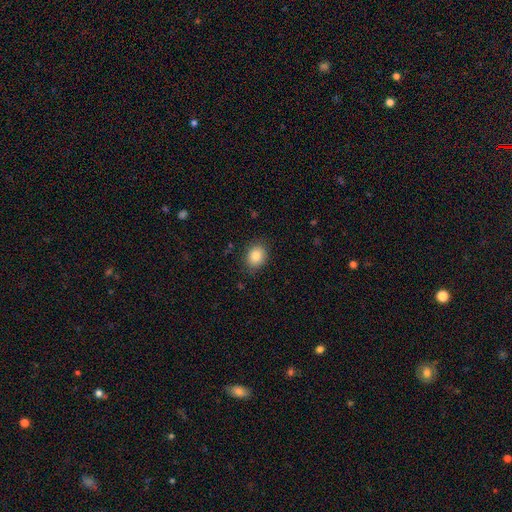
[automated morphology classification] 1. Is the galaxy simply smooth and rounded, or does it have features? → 85% smooth, 9% star or artifact, 6% featured or disk.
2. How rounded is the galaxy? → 51% in between, 48% round, 1% cigar-shaped.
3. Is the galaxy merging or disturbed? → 85% none, 11% minor disturbance, 3% major disturbance, 1% merger.